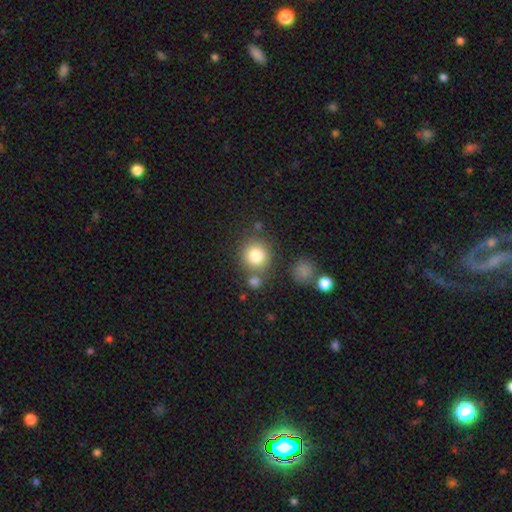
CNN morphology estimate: smooth-or-featured: smooth: 81% | star or artifact: 11% | featured or disk: 8%
  how-rounded: round: 89% | in between: 10% | cigar-shaped: 1%
  merging: none: 72% | merger: 14% | minor disturbance: 10% | major disturbance: 4%